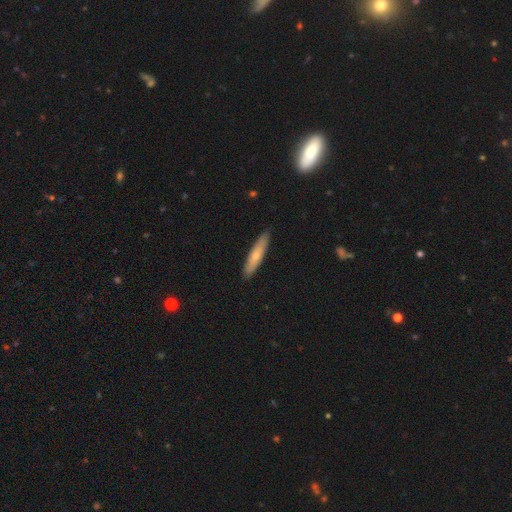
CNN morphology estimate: smooth_or_featured: smooth (p=0.64) [alt: featured or disk p=0.31]
how_rounded: cigar-shaped (p=0.84) [alt: in between p=0.15]
merging: none (p=0.89) [alt: minor disturbance p=0.08]